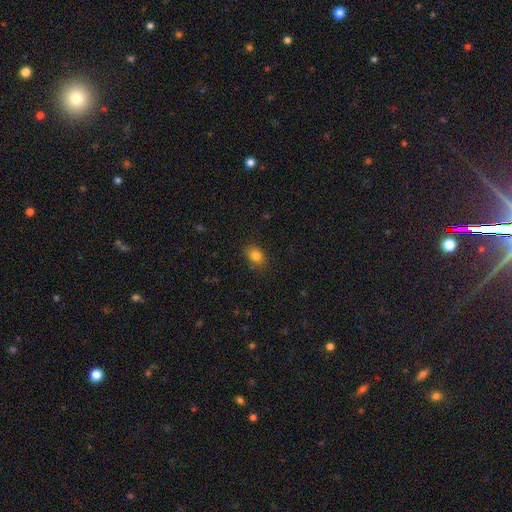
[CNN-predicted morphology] A smooth galaxy with no disk features (82%) that is in between round and cigar-shaped (56%).

Vote fractions:
- Smooth or featured? smooth: 82% / star or artifact: 11% / featured or disk: 6%
- How rounded? in between: 56% / round: 43% / cigar-shaped: 1%
- Merging? none: 83% / minor disturbance: 13% / major disturbance: 3% / merger: 1%